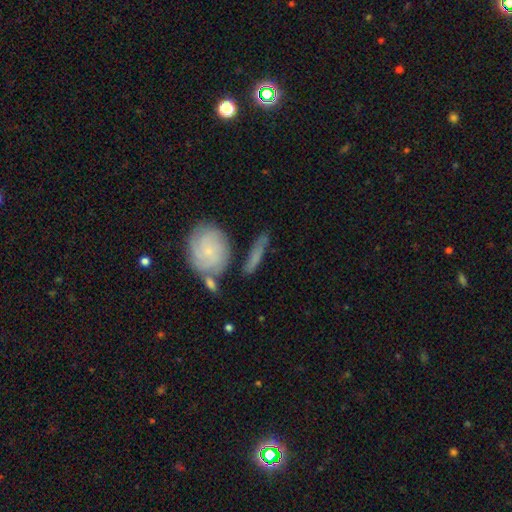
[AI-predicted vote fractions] Smooth or featured?
  - featured or disk: 53% *
  - smooth: 39%
  - star or artifact: 9%
Edge-on disk?
  - no: 73% *
  - yes: 27%
Merging?
  - none: 64% *
  - minor disturbance: 17%
  - merger: 13%
  - major disturbance: 6%